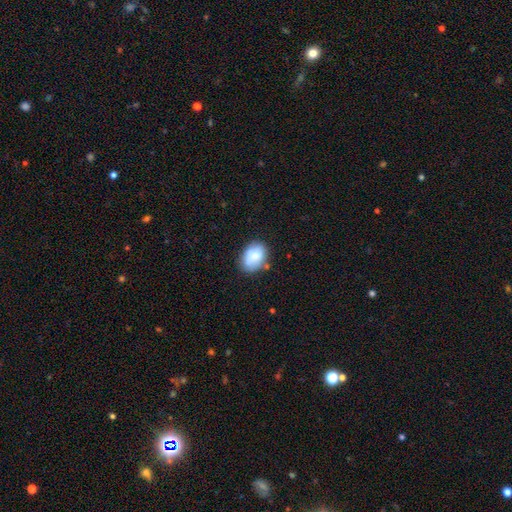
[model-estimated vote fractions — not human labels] Overall: smooth (77%). How rounded: in between (80%). Merging: none (67%).